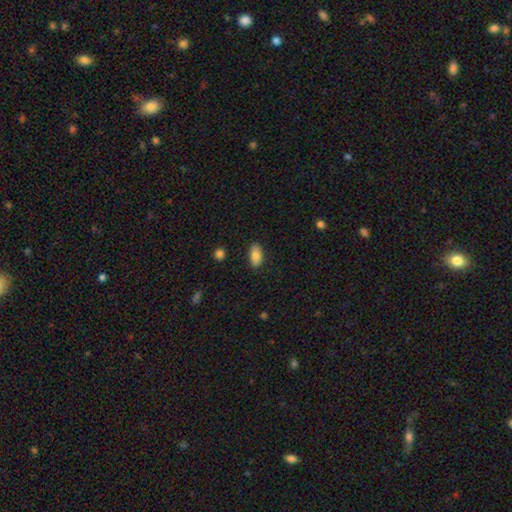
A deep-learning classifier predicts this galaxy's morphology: smooth_or_featured: smooth (p=0.82) [alt: featured or disk p=0.11]
how_rounded: in between (p=0.90) [alt: cigar-shaped p=0.06]
merging: none (p=0.86) [alt: minor disturbance p=0.10]